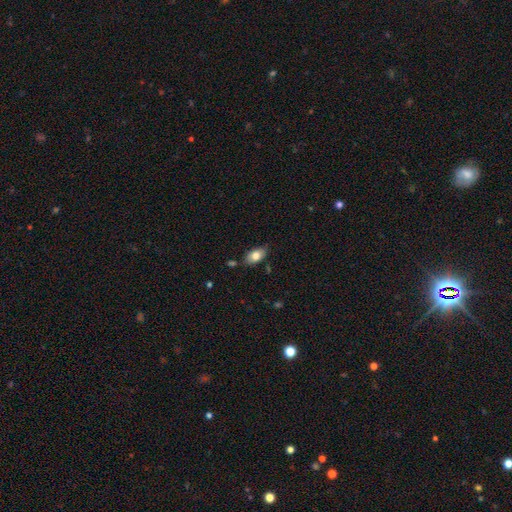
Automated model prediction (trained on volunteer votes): Smooth or featured?
  - smooth: 79% *
  - featured or disk: 14%
  - star or artifact: 7%
How rounded?
  - in between: 91% *
  - round: 6%
  - cigar-shaped: 4%
Merging?
  - none: 77% *
  - minor disturbance: 17%
  - merger: 3%
  - major disturbance: 3%